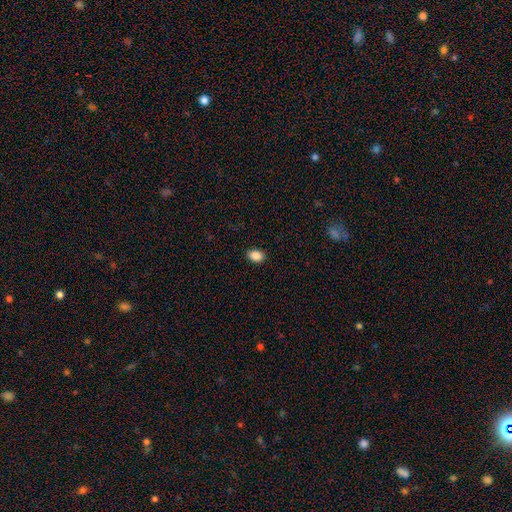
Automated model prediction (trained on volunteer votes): The model was most divided on "how rounded": in between: 77%, round: 22%, cigar-shaped: 1%. More confident: merging — none (89%); smooth or featured — smooth (88%).